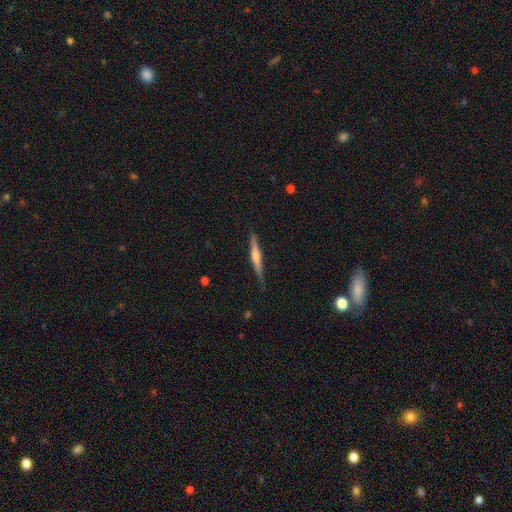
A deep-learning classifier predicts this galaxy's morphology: A featured or disk galaxy (62%) viewed edge-on (98%) with a rounded central bulge (70%).

Vote fractions:
- Smooth or featured? featured or disk: 62% / smooth: 32% / star or artifact: 6%
- Edge-on disk? yes: 98% / no: 2%
- Edge-on bulge? rounded: 70% / none: 18% / boxy: 12%
- Merging? none: 85% / minor disturbance: 12% / major disturbance: 2% / merger: 1%